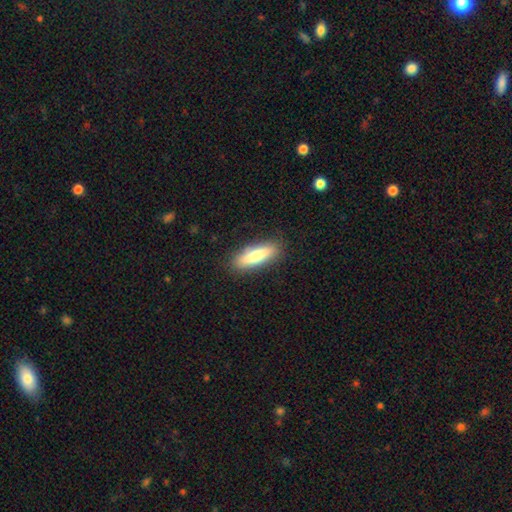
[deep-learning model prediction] A smooth galaxy with no disk features (72%) that is cigar-shaped (55%).

Vote fractions:
- Smooth or featured? smooth: 72% / featured or disk: 22% / star or artifact: 6%
- How rounded? cigar-shaped: 55% / in between: 43% / round: 2%
- Merging? none: 88% / minor disturbance: 9% / major disturbance: 2% / merger: 1%